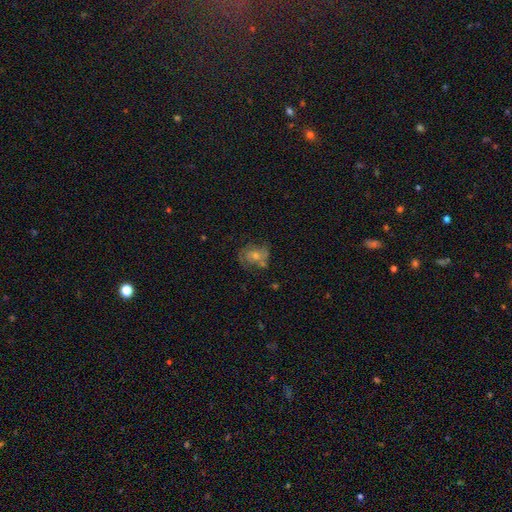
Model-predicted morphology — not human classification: Smooth or featured?
  - featured or disk: 55% *
  - smooth: 28%
  - star or artifact: 18%
Edge-on disk?
  - no: 96% *
  - yes: 4%
Bar?
  - no: 74% *
  - weak: 21%
  - strong: 4%
Spiral arms?
  - yes: 71% *
  - no: 29%
Bulge size?
  - moderate: 57% *
  - small: 33%
  - large: 5%
  - none: 3%
  - dominant: 1%
Merging?
  - none: 62% *
  - minor disturbance: 20%
  - major disturbance: 11%
  - merger: 7%